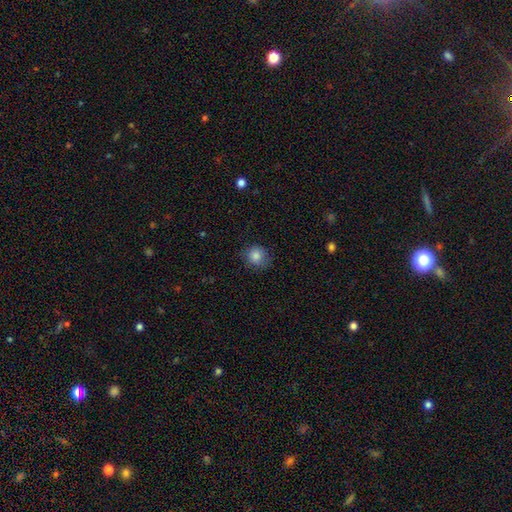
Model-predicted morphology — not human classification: A smooth galaxy with no disk features (84%) that is round (85%). Merging: none (79%).